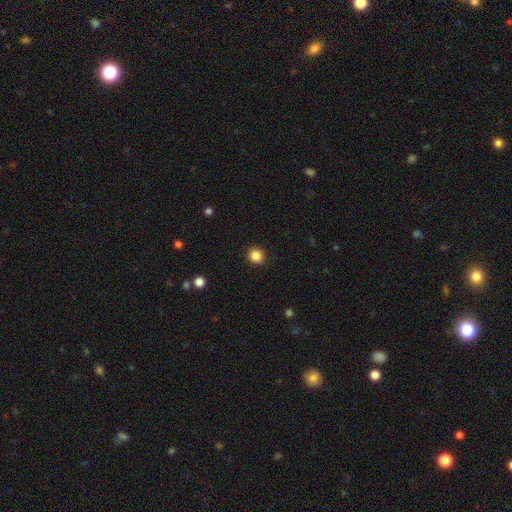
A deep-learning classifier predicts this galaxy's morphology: The model was most divided on "smooth or featured": smooth: 85%, star or artifact: 11%, featured or disk: 4%. More confident: how rounded — round (91%); merging — none (90%).